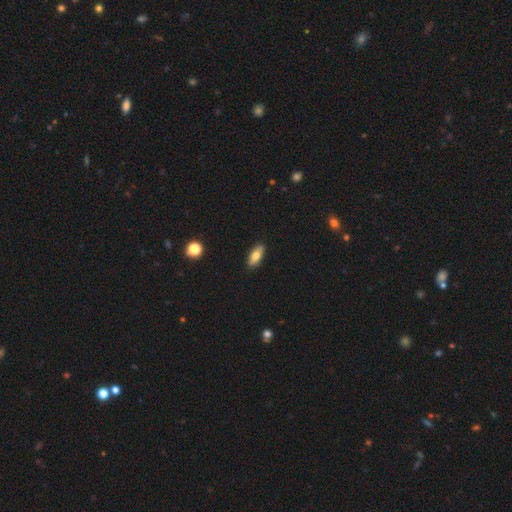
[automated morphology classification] Smooth or featured? Predicted: smooth (p=0.77). How rounded? Predicted: in between (p=0.80). Merging? Predicted: none (p=0.89).